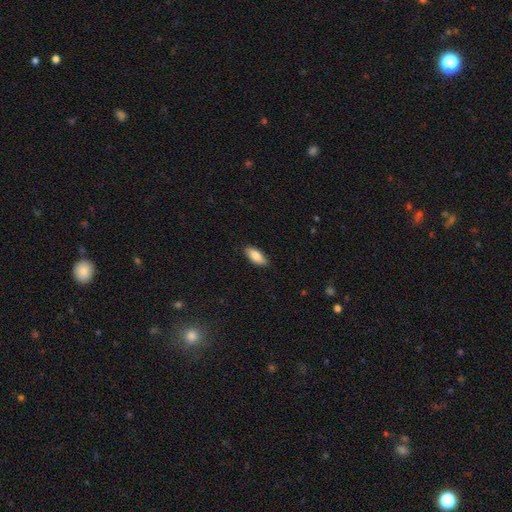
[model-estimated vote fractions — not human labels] smooth 83%, featured or disk 12%, star or artifact 6%. Down the decision tree: how rounded — in between (80%); merging — none (87%).